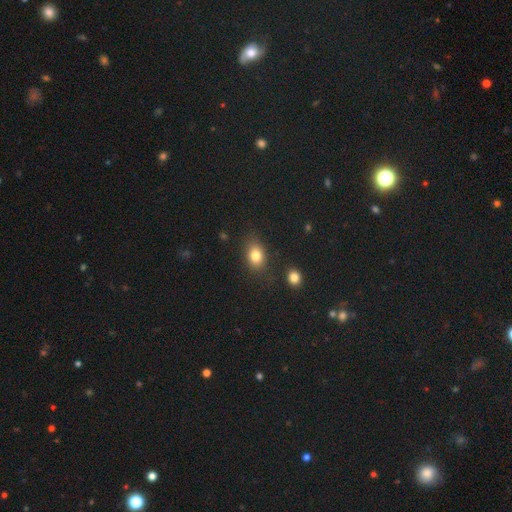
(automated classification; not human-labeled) Smooth or featured? smooth (81%)
How rounded? in between (67%)
Merging? none (79%)